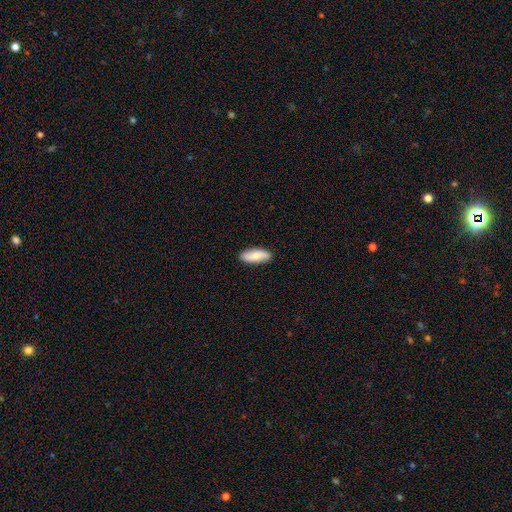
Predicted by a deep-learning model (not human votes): smooth_or_featured: smooth (p=0.74) [alt: featured or disk p=0.21]
how_rounded: in between (p=0.72) [alt: cigar-shaped p=0.25]
merging: none (p=0.89) [alt: minor disturbance p=0.09]